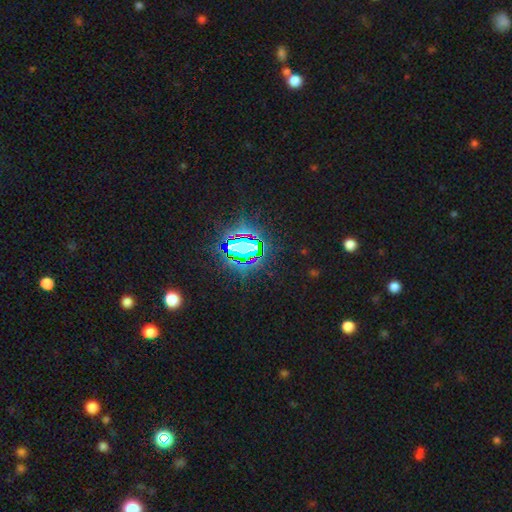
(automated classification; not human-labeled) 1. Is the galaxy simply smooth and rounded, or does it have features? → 81% star or artifact, 12% smooth, 7% featured or disk.